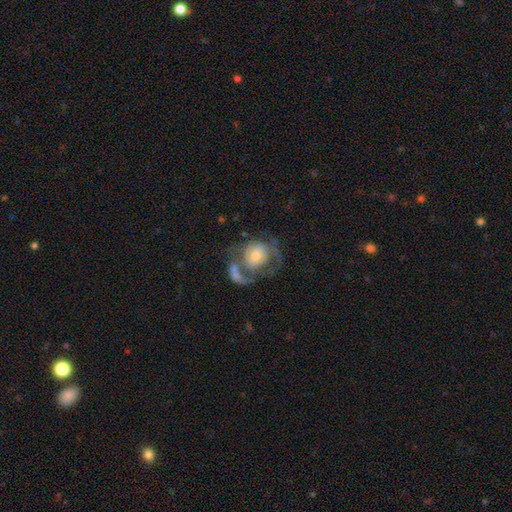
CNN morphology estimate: featured or disk 58%, smooth 35%, star or artifact 7%. Down the decision tree: edge-on disk — no (97%); bar — no (80%); spiral arms — yes (56%); bulge size — moderate (51%); merging — merger (34%).